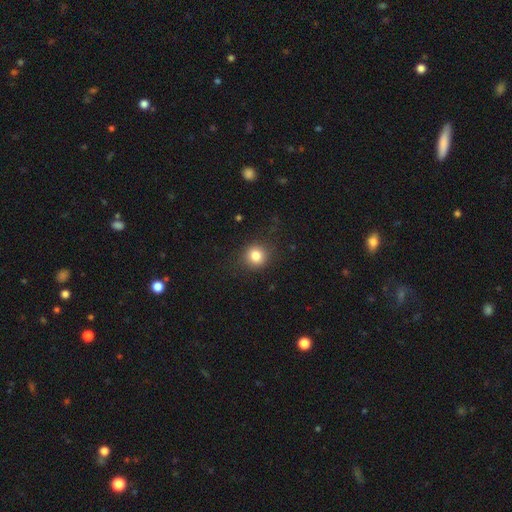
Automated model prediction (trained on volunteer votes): Smooth or featured? smooth (83%)
How rounded? round (90%)
Merging? none (87%)